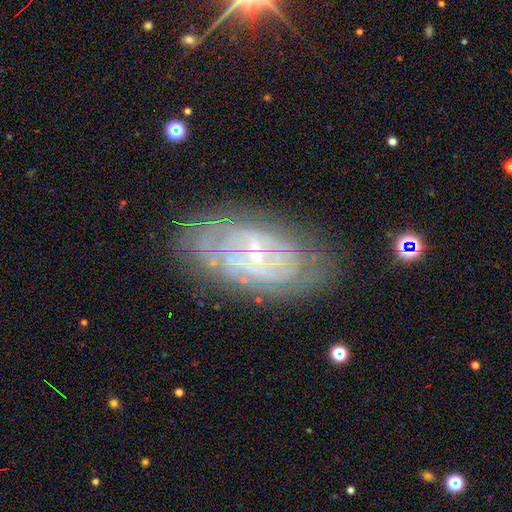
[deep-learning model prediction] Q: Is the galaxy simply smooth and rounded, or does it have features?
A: featured or disk — 72%.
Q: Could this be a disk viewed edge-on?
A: no — 91%.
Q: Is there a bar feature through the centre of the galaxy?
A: no — 41%.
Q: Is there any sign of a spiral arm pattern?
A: yes — 69%.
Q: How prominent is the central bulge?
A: small — 72%.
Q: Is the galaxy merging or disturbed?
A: none — 73%.